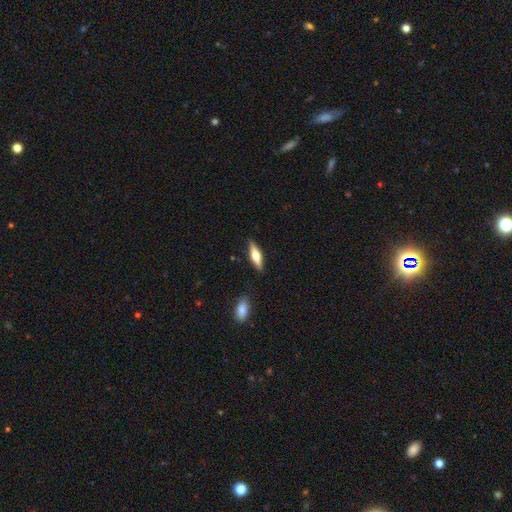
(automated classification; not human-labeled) A smooth galaxy with no disk features (50%). Merging: none (85%).